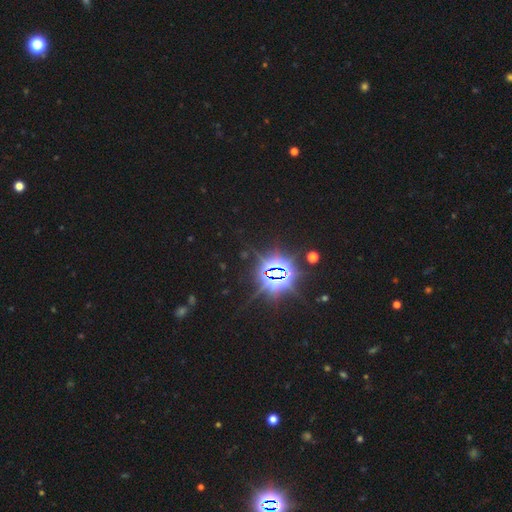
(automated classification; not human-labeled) Smooth or featured? Predicted: star or artifact (p=0.86).